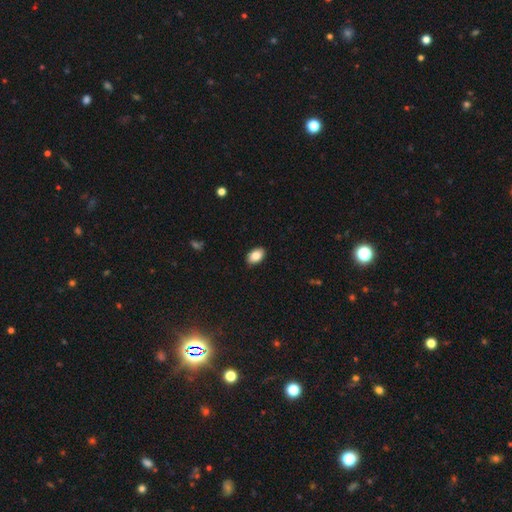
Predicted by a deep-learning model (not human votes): smooth 86%, star or artifact 7%, featured or disk 6%. Down the decision tree: how rounded — in between (91%); merging — none (89%).